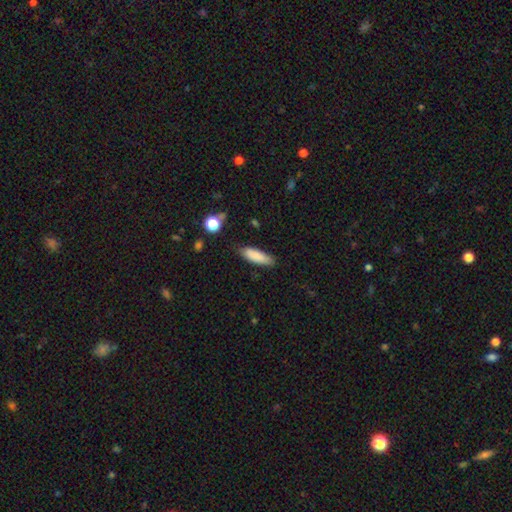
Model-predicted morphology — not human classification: Smooth or featured? smooth (85%)
How rounded? cigar-shaped (52%)
Merging? none (80%)